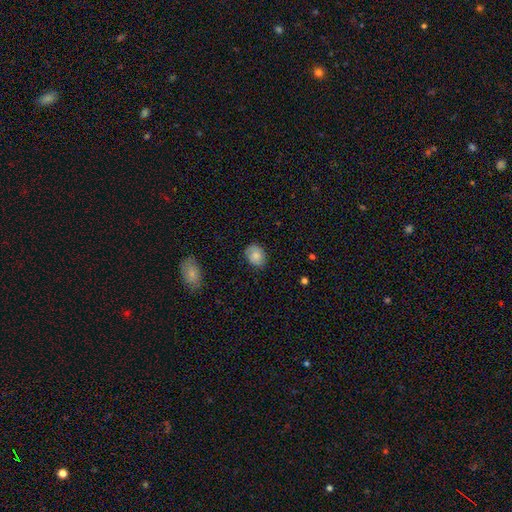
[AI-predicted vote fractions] A smooth galaxy with no disk features (71%) that is in between round and cigar-shaped (59%). Merging: none (80%).